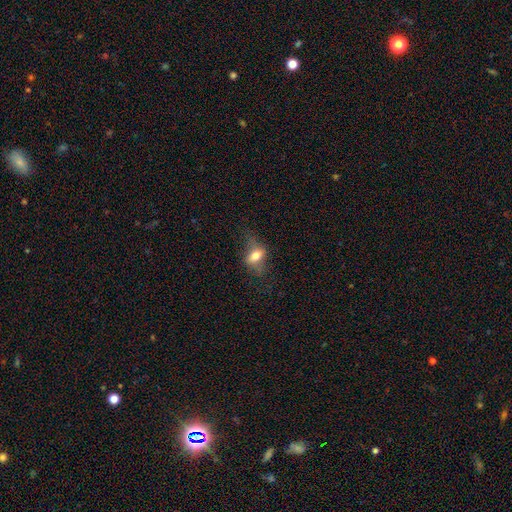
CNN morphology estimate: This appears to be a smooth galaxy with no disk features (55%) that is in between round and cigar-shaped (74%). Merging: none (59%).